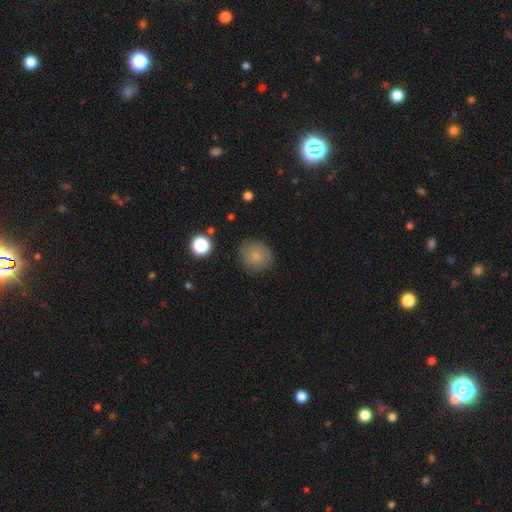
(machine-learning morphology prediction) Overall: smooth (75%). How rounded: round (71%). Merging: none (81%).